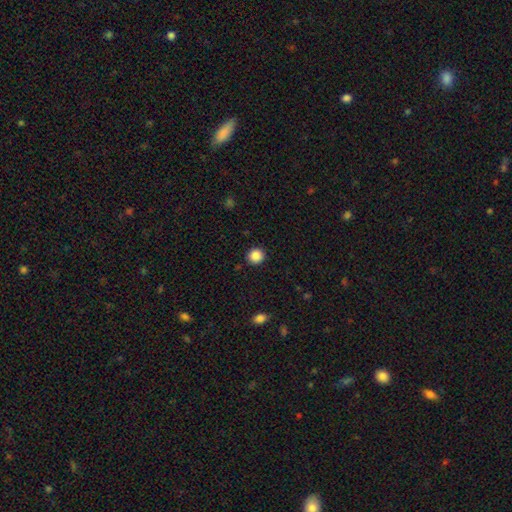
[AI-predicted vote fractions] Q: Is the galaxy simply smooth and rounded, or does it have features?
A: smooth — 86%.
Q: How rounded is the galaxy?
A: round — 92%.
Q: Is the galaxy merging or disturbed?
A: none — 92%.